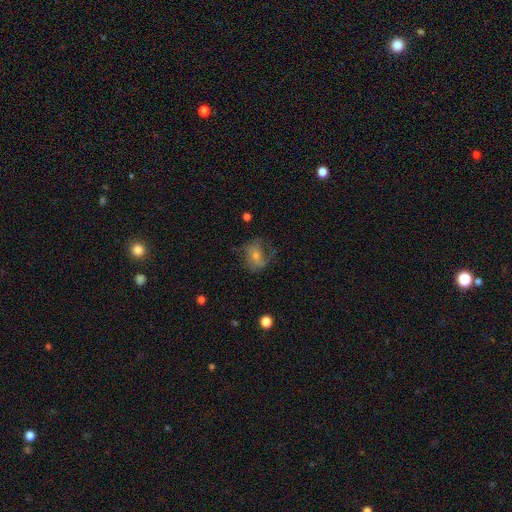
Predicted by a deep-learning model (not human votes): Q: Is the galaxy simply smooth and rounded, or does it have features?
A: featured or disk — 47%.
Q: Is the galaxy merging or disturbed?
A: none — 53%.